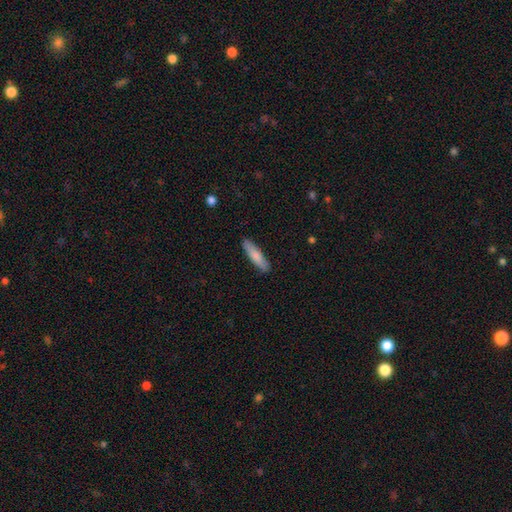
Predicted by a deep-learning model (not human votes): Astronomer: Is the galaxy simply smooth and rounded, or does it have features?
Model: smooth — 78%.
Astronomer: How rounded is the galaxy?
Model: cigar-shaped — 77%.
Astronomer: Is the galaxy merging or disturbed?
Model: none — 88%.